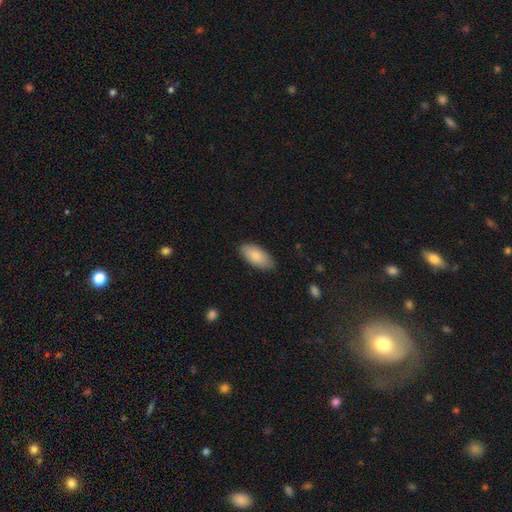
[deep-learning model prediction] Smooth or featured: smooth — 84% (featured or disk — 11%)
How rounded: in between — 92% (cigar-shaped — 6%)
Merging: none — 83% (minor disturbance — 13%)